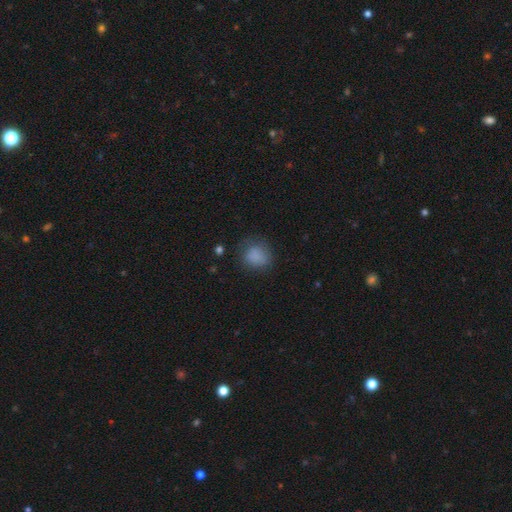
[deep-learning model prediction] This is clearly a smooth galaxy (81%). How rounded: likely round (67%). Merging: likely none (64%).